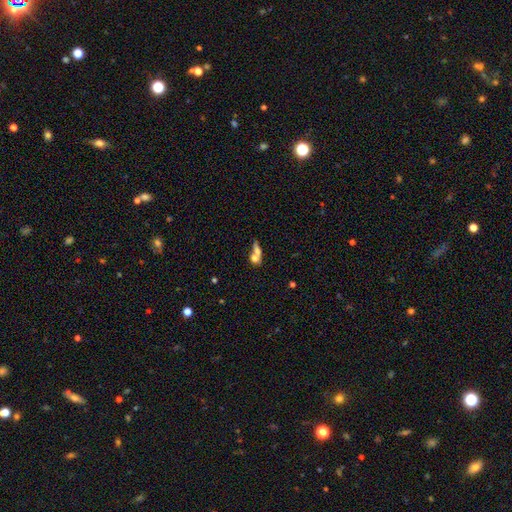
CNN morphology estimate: Smooth or featured? smooth (65%)
How rounded? in between (48%)
Merging? merger (58%)